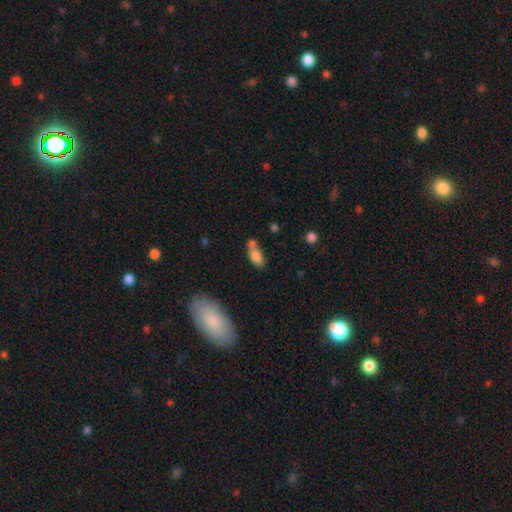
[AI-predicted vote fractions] The model was most divided on "merging": merger: 40%, none: 37%, minor disturbance: 16%, major disturbance: 7%. More confident: how rounded — in between (84%); smooth or featured — smooth (78%).